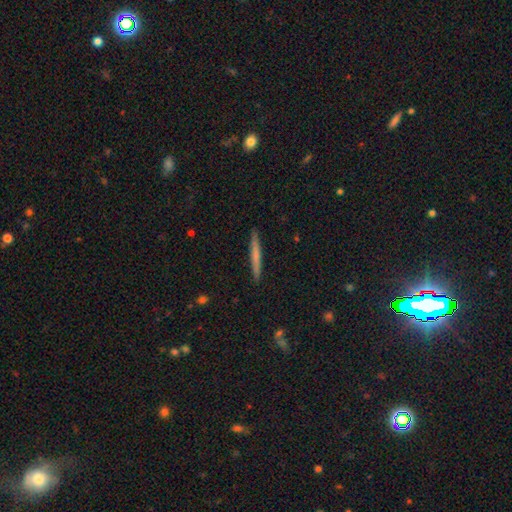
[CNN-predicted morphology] Smooth or featured? Predicted: smooth (p=0.59). How rounded? Predicted: cigar-shaped (p=0.96). Merging? Predicted: none (p=0.91).